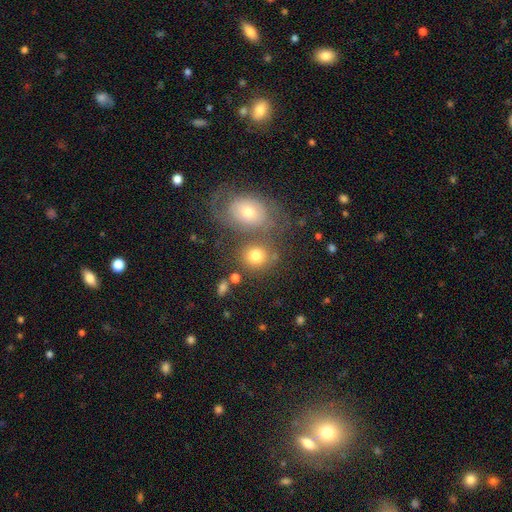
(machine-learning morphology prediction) Smooth or featured?
  - smooth: 72% *
  - featured or disk: 17%
  - star or artifact: 11%
How rounded?
  - round: 69% *
  - in between: 30%
  - cigar-shaped: 1%
Merging?
  - none: 52% *
  - merger: 29%
  - minor disturbance: 12%
  - major disturbance: 7%